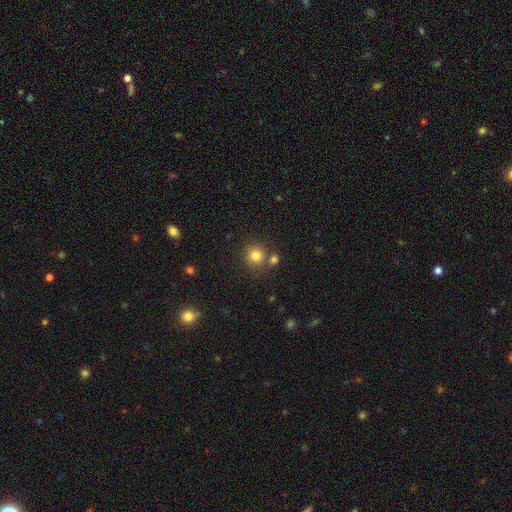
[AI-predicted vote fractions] A smooth galaxy with no disk features (81%) that is round (91%). Merging: none (73%).